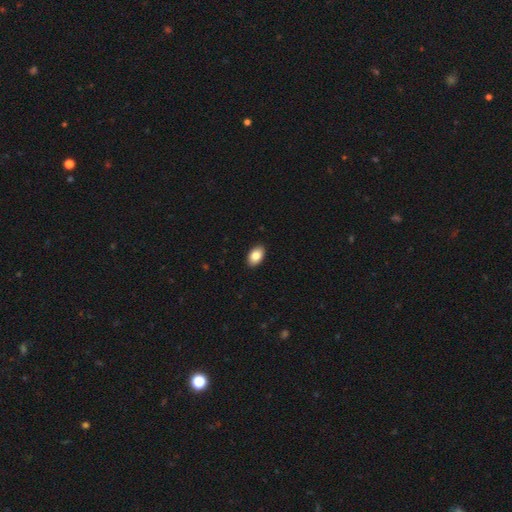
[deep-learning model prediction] The model was most divided on "smooth or featured": smooth: 86%, star or artifact: 7%, featured or disk: 7%. More confident: how rounded — in between (92%); merging — none (91%).